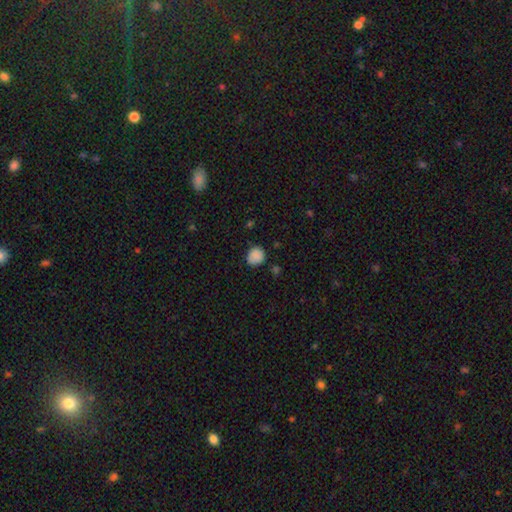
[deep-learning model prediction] Q: Smooth or featured?
A: smooth (86%); runner-up: star or artifact (10%)
Q: How rounded?
A: round (74%); runner-up: in between (25%)
Q: Merging?
A: none (71%); runner-up: minor disturbance (23%)